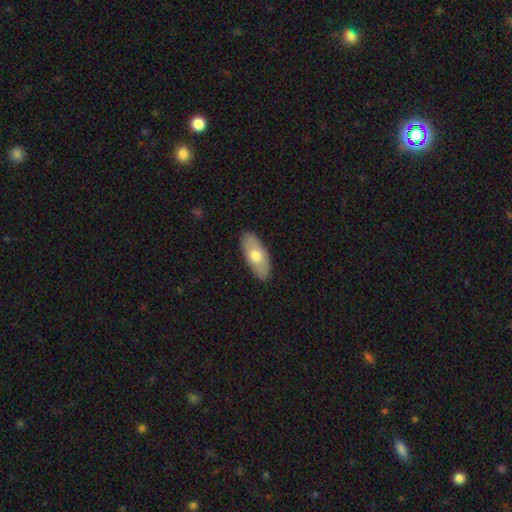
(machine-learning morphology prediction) Smooth or featured: smooth — 66% (featured or disk — 29%)
How rounded: in between — 89% (cigar-shaped — 8%)
Merging: none — 88% (minor disturbance — 9%)